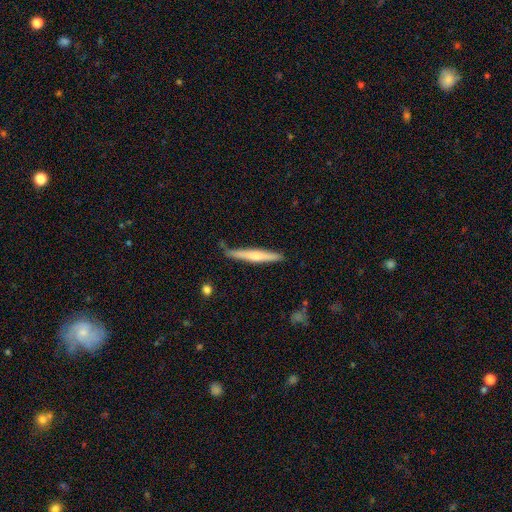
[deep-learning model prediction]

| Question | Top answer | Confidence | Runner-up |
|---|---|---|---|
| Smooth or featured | smooth | 51% | featured or disk (44%) |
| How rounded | cigar-shaped | 95% | in between (4%) |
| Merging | none | 76% | minor disturbance (18%) |